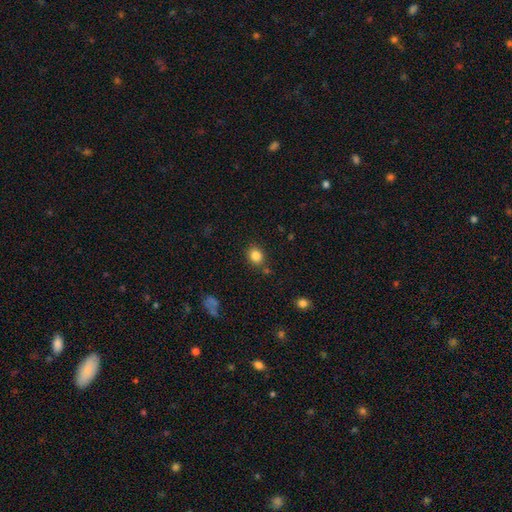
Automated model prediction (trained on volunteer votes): A smooth galaxy with no disk features (84%) that is round (67%).

Vote fractions:
- Smooth or featured? smooth: 84% / star or artifact: 11% / featured or disk: 5%
- How rounded? round: 67% / in between: 32% / cigar-shaped: 1%
- Merging? none: 79% / minor disturbance: 12% / merger: 6% / major disturbance: 3%